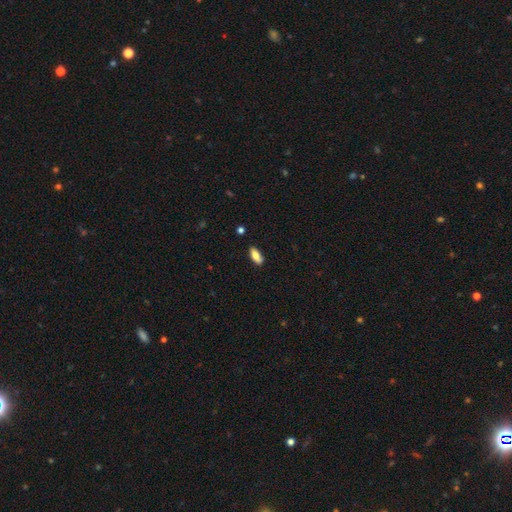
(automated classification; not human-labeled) smooth_or_featured: smooth (p=0.77) [alt: featured or disk p=0.16]
how_rounded: in between (p=0.80) [alt: cigar-shaped p=0.17]
merging: none (p=0.85) [alt: minor disturbance p=0.11]